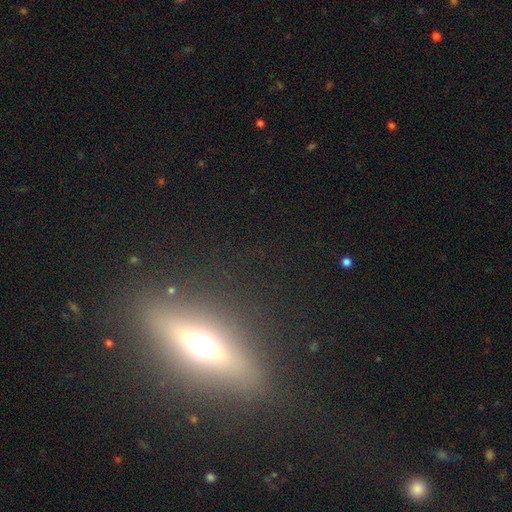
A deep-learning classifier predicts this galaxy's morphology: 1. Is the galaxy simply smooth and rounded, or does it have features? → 62% featured or disk, 26% smooth, 13% star or artifact.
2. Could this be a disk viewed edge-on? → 89% yes, 11% no.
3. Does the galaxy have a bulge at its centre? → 92% rounded, 4% boxy, 3% none.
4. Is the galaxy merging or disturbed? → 85% none, 9% minor disturbance, 4% major disturbance, 2% merger.